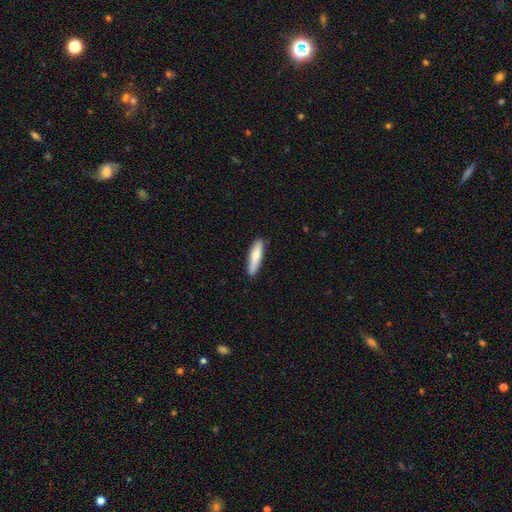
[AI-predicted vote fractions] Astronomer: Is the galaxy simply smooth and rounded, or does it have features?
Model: smooth — 77%.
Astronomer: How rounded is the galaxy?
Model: cigar-shaped — 74%.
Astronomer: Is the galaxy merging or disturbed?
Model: none — 86%.